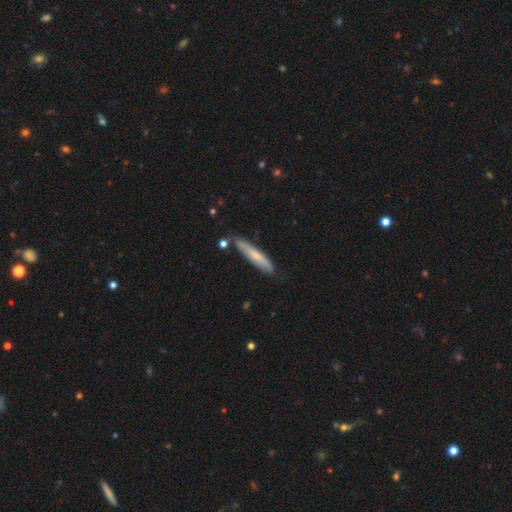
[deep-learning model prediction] Smooth or featured?
  - smooth: 64% *
  - featured or disk: 31%
  - star or artifact: 6%
How rounded?
  - cigar-shaped: 89% *
  - in between: 10%
  - round: 1%
Merging?
  - none: 76% *
  - minor disturbance: 17%
  - merger: 5%
  - major disturbance: 3%